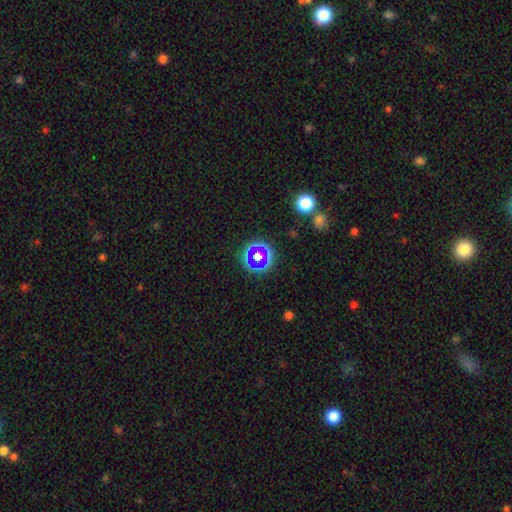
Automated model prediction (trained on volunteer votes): A star or artifact, not a galaxy (44%).